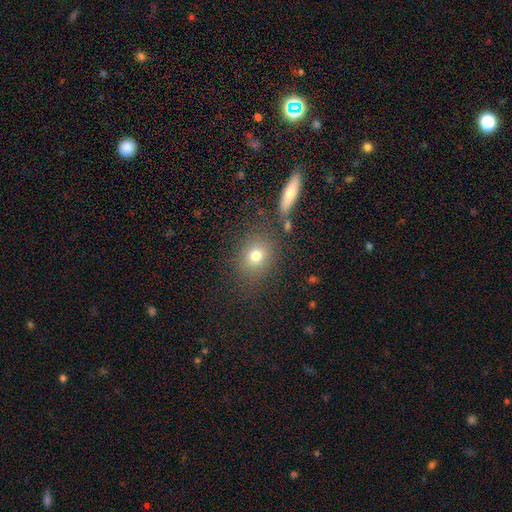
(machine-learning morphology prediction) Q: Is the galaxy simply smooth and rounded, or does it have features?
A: smooth — 75%.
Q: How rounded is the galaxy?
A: round — 64%.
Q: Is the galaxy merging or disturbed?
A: none — 76%.